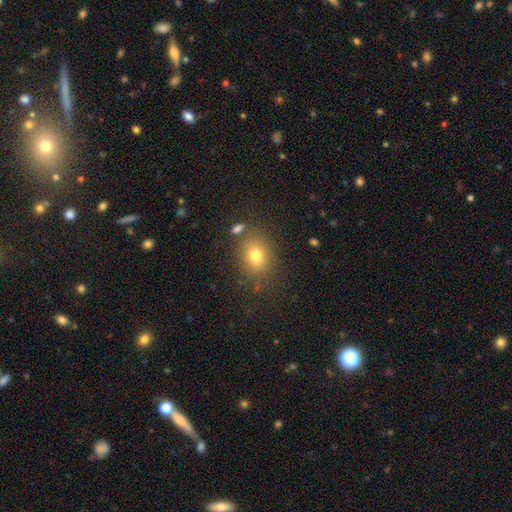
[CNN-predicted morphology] Overall: smooth (75%). How rounded: in between (56%; round 43%). Merging: none (77%).